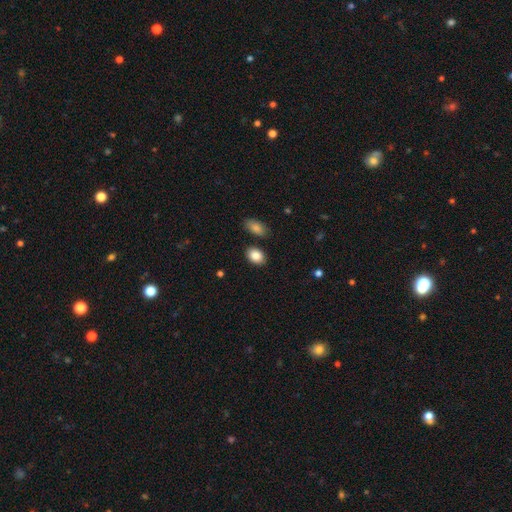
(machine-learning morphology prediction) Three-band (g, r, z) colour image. It shows a smooth galaxy with no disk features (87%) that is in between round and cigar-shaped (78%). Merging: none (84%).